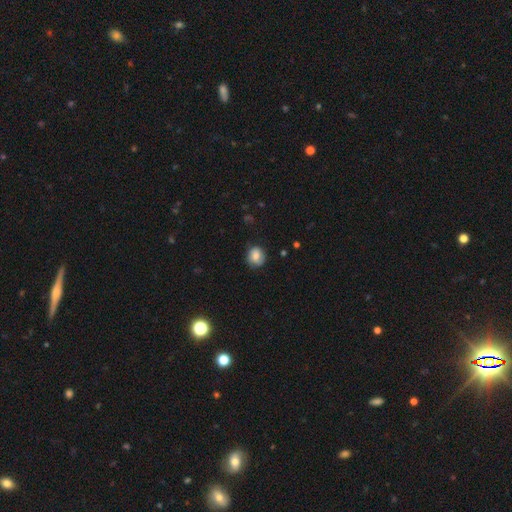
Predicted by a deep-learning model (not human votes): Smooth or featured? Predicted: smooth (p=0.73). How rounded? Predicted: round (p=0.79). Merging? Predicted: none (p=0.76).